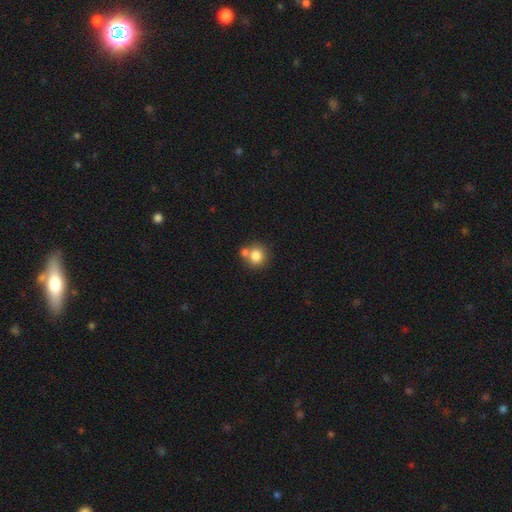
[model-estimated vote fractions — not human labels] smooth-or-featured: smooth: 82% | star or artifact: 10% | featured or disk: 9%
  how-rounded: round: 85% | in between: 14% | cigar-shaped: 1%
  merging: none: 54% | merger: 33% | minor disturbance: 10% | major disturbance: 3%